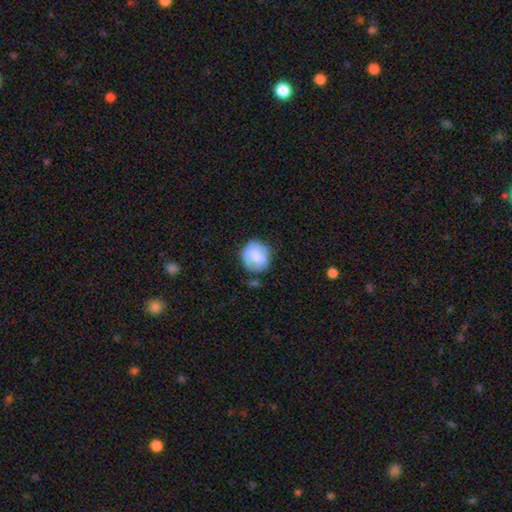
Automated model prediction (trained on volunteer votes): smooth-or-featured: smooth: 67% | featured or disk: 26% | star or artifact: 8%
  how-rounded: round: 81% | in between: 18% | cigar-shaped: 1%
  merging: none: 62% | minor disturbance: 25% | major disturbance: 8% | merger: 5%